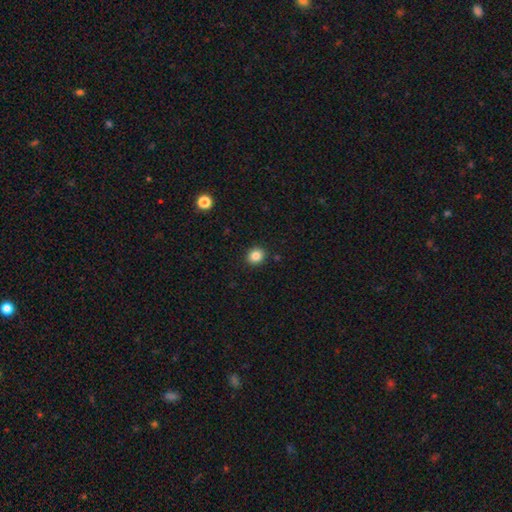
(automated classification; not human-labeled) Overall: smooth (85%). How rounded: round (76%). Merging: none (91%).